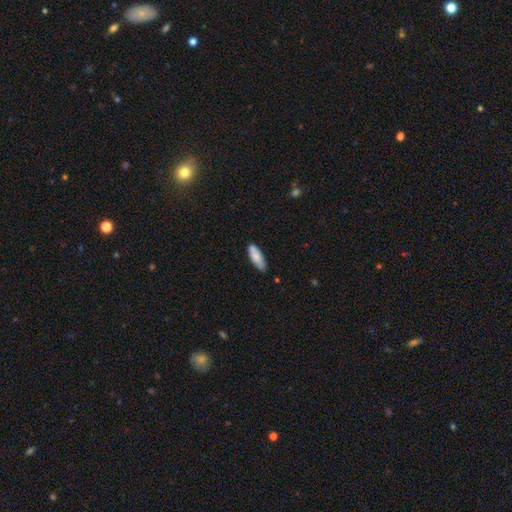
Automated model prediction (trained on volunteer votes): This appears to be a smooth galaxy with no disk features (80%) that is in between round and cigar-shaped (67%). Merging: none (76%).